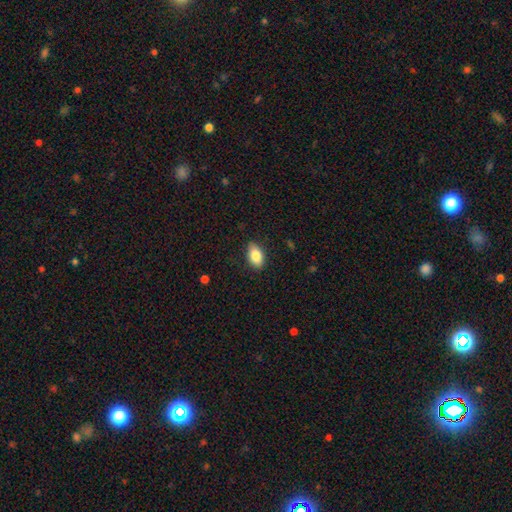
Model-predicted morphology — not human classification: type=smooth (84%); roundness=in between (90%); merging=none (86%).